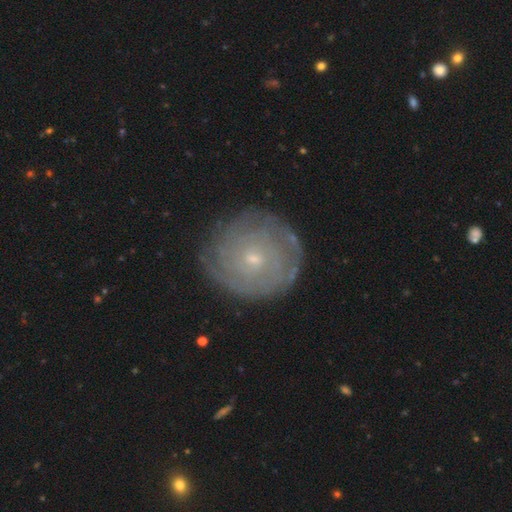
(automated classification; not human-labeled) Smooth or featured?
  - featured or disk: 71% *
  - smooth: 20%
  - star or artifact: 10%
Edge-on disk?
  - no: 97% *
  - yes: 3%
Bar?
  - no: 84% *
  - weak: 13%
  - strong: 3%
Spiral arms?
  - yes: 88% *
  - no: 12%
Spiral winding?
  - tight: 85% *
  - medium: 11%
  - loose: 4%
Spiral arm count?
  - can't tell: 48% *
  - 2: 14%
  - 3: 11%
  - 4: 10%
  - more than 4: 10%
  - 1: 7%
Bulge size?
  - small: 77% *
  - moderate: 20%
  - large: 1%
  - none: 1%
  - dominant: 1%
Merging?
  - none: 84% *
  - minor disturbance: 11%
  - major disturbance: 4%
  - merger: 1%